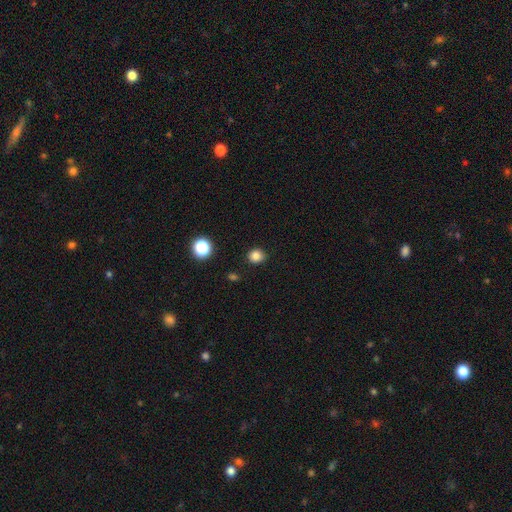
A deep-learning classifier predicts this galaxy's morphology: Smooth or featured? smooth (83%)
How rounded? round (80%)
Merging? none (88%)